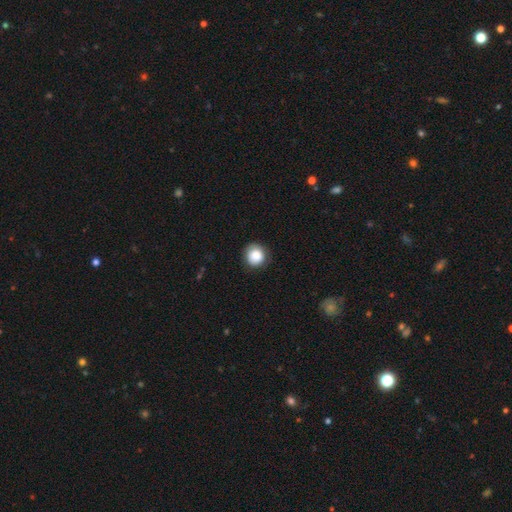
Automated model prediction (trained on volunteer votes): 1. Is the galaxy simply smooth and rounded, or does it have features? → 85% smooth, 8% star or artifact, 7% featured or disk.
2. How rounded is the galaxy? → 90% round, 9% in between, 1% cigar-shaped.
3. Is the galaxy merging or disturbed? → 81% none, 14% minor disturbance, 3% major disturbance, 1% merger.